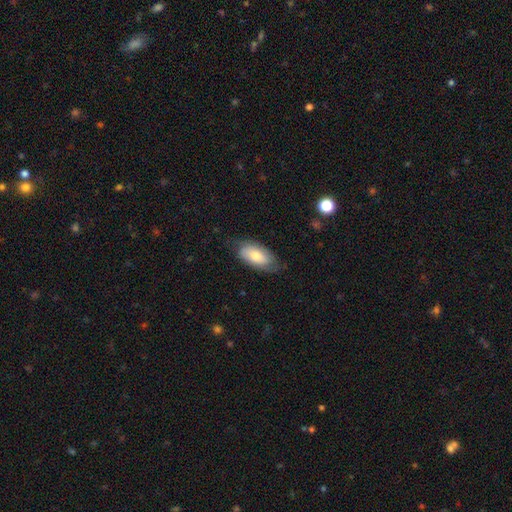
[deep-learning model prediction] Smooth or featured?
  - smooth: 68% *
  - featured or disk: 26%
  - star or artifact: 6%
How rounded?
  - in between: 92% *
  - cigar-shaped: 5%
  - round: 3%
Merging?
  - none: 70% *
  - minor disturbance: 23%
  - major disturbance: 6%
  - merger: 1%